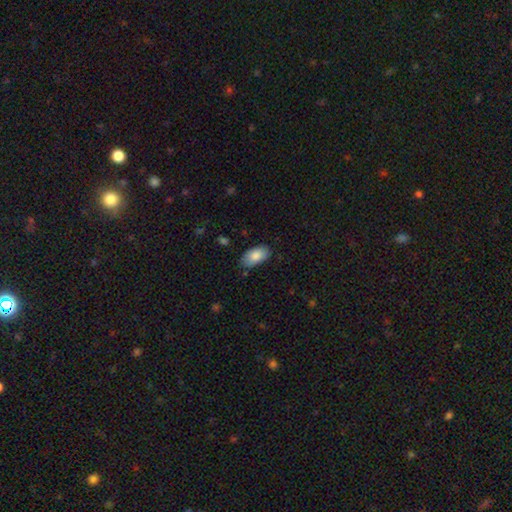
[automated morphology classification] This appears to be a smooth galaxy with no disk features (85%) that is in between round and cigar-shaped (95%). Merging: none (80%).